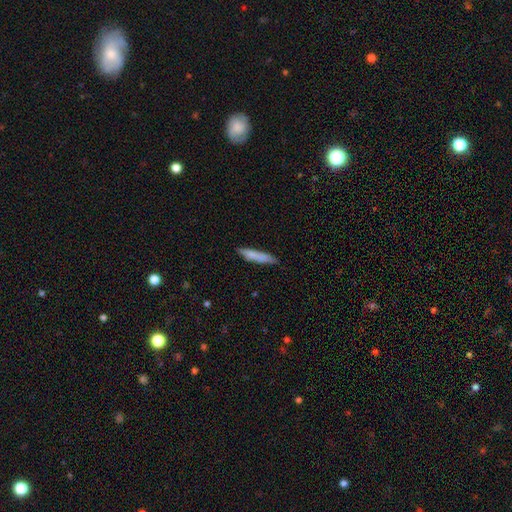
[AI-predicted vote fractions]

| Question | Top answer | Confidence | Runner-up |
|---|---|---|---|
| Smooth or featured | smooth | 79% | featured or disk (15%) |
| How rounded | cigar-shaped | 89% | in between (10%) |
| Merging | none | 81% | minor disturbance (15%) |